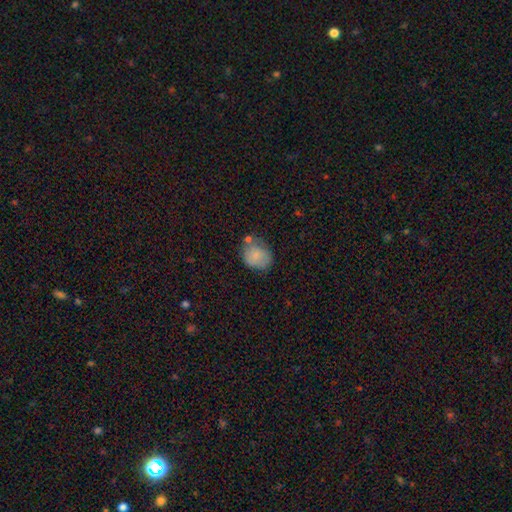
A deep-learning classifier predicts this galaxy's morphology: A smooth galaxy with no disk features (76%) that is round (56%).

Vote fractions:
- Smooth or featured? smooth: 76% / featured or disk: 17% / star or artifact: 8%
- How rounded? round: 56% / in between: 43% / cigar-shaped: 1%
- Merging? none: 51% / minor disturbance: 28% / merger: 13% / major disturbance: 8%